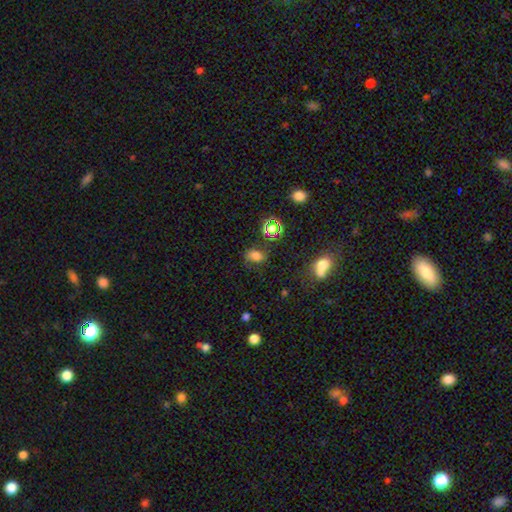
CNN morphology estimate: Overall: smooth (66%). How rounded: in between (71%). Merging: none (66%).